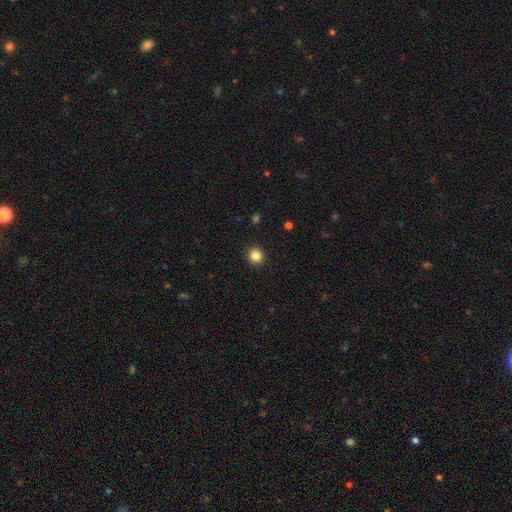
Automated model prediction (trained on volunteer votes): Smooth or featured?
  - smooth: 85% *
  - star or artifact: 11%
  - featured or disk: 4%
How rounded?
  - round: 95% *
  - in between: 4%
  - cigar-shaped: 1%
Merging?
  - none: 93% *
  - minor disturbance: 5%
  - major disturbance: 2%
  - merger: 1%